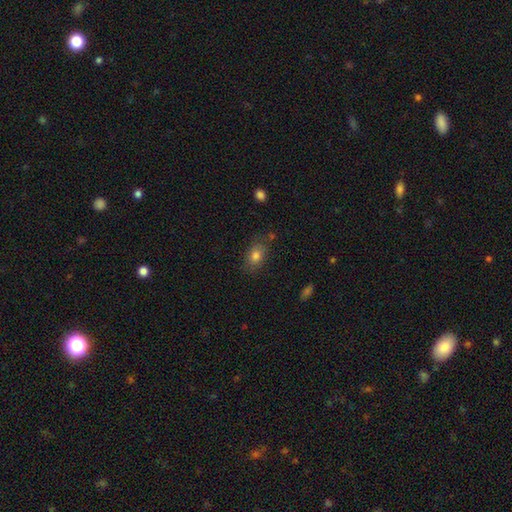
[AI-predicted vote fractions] This is likely a smooth galaxy (80%). How rounded: likely in between (78%). Merging: likely none (74%).